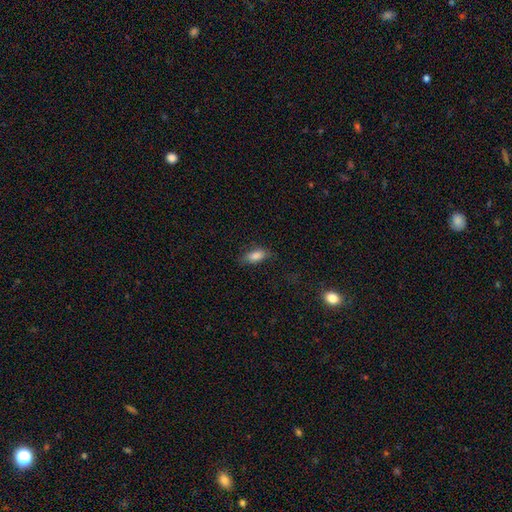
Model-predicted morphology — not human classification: type=smooth (83%); roundness=in between (83%); merging=none (73%).